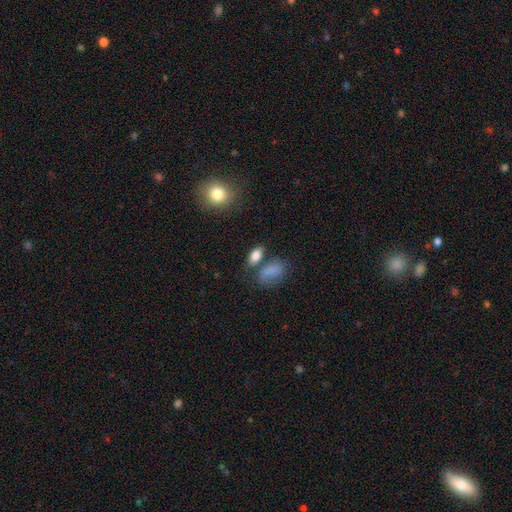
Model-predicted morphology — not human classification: Smooth or featured? smooth (83%)
How rounded? in between (85%)
Merging? none (62%)